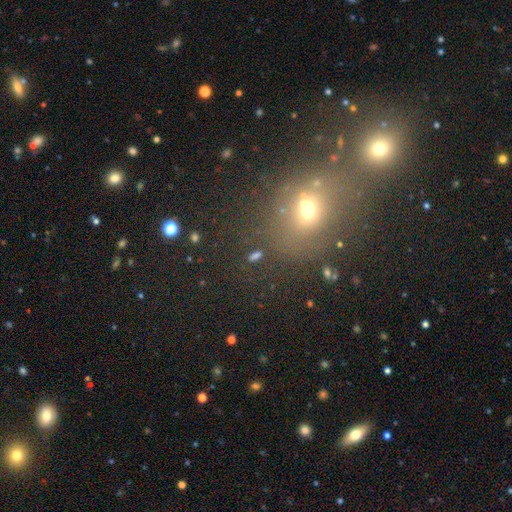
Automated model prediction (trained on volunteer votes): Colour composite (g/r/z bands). It shows a smooth galaxy with no disk features (51%) that is round (53%). Merging: none (67%).